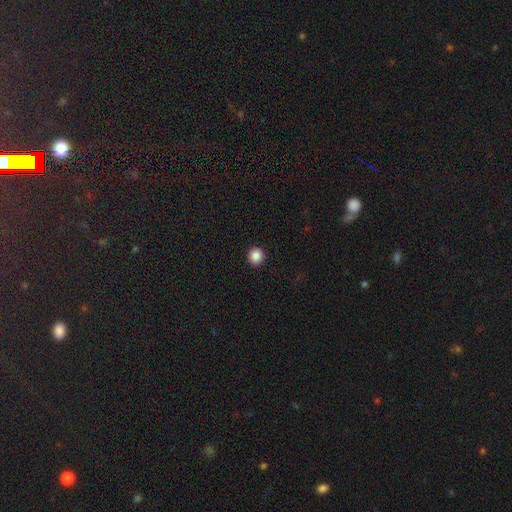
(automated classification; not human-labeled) Smooth or featured?
  - smooth: 87% *
  - star or artifact: 10%
  - featured or disk: 3%
How rounded?
  - round: 89% *
  - in between: 10%
  - cigar-shaped: 1%
Merging?
  - none: 93% *
  - minor disturbance: 5%
  - major disturbance: 2%
  - merger: 1%